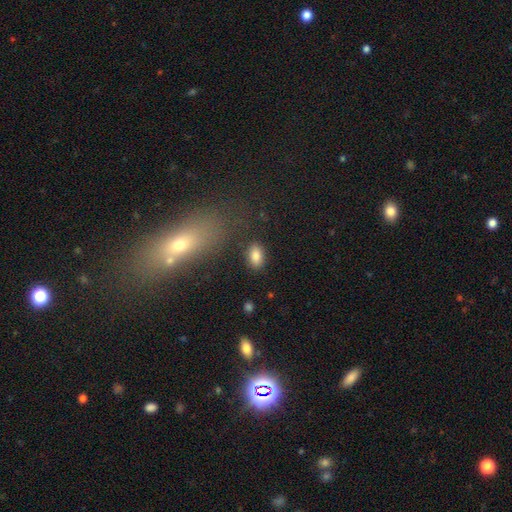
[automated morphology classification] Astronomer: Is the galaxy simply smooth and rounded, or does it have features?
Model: smooth — 83%.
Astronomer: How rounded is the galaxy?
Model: in between — 89%.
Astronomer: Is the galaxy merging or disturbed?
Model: none — 85%.